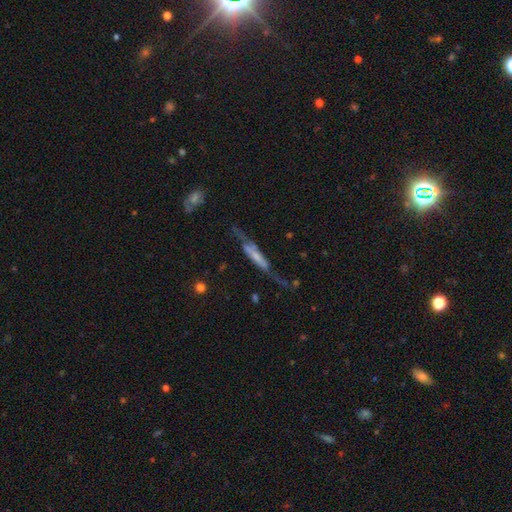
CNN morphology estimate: Smooth or featured?
  - featured or disk: 64% *
  - smooth: 28%
  - star or artifact: 7%
Edge-on disk?
  - yes: 60% *
  - no: 40%
Merging?
  - none: 43% *
  - major disturbance: 26%
  - minor disturbance: 25%
  - merger: 6%